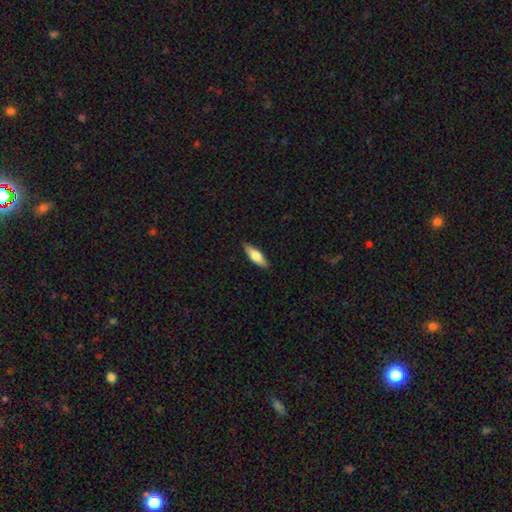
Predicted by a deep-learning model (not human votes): Smooth or featured?
  - smooth: 67% *
  - featured or disk: 28%
  - star or artifact: 6%
How rounded?
  - in between: 52% *
  - cigar-shaped: 46%
  - round: 2%
Merging?
  - none: 87% *
  - minor disturbance: 10%
  - major disturbance: 2%
  - merger: 1%